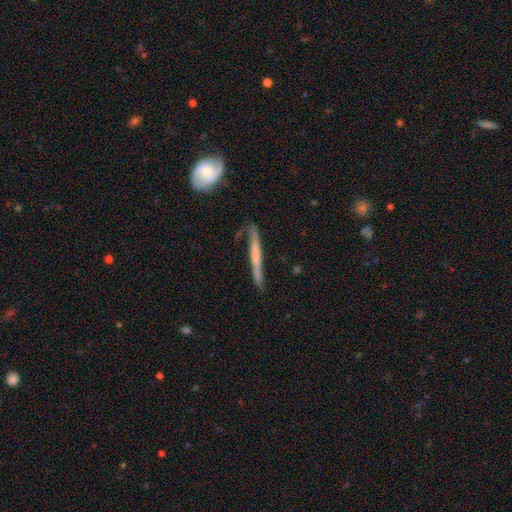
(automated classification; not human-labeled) featured or disk 56%, smooth 38%, star or artifact 6%. Down the decision tree: edge-on disk — yes (85%); merging — none (70%).